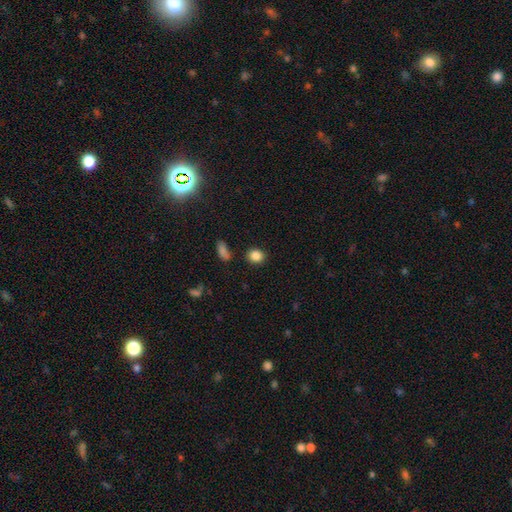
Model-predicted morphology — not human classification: Overall: smooth (86%). How rounded: round (68%; in between 31%). Merging: none (85%).